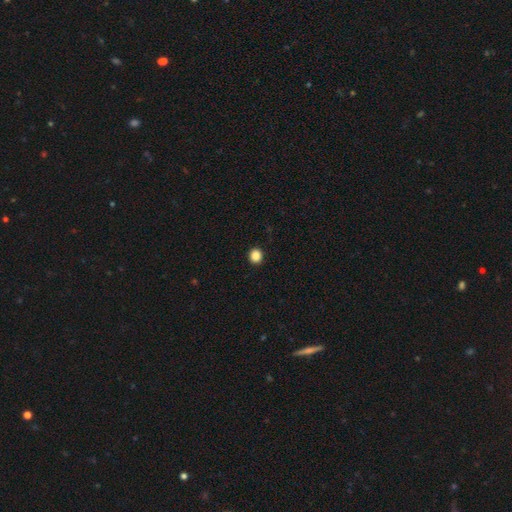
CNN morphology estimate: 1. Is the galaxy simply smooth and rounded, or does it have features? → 87% smooth, 10% star or artifact, 3% featured or disk.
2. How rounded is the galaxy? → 86% round, 13% in between, 1% cigar-shaped.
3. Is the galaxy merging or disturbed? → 93% none, 4% minor disturbance, 2% major disturbance, 1% merger.